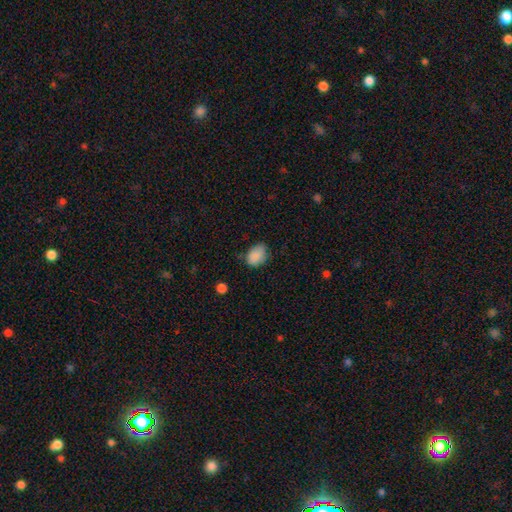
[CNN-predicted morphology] Smooth or featured? smooth (87%)
How rounded? in between (76%)
Merging? none (62%)